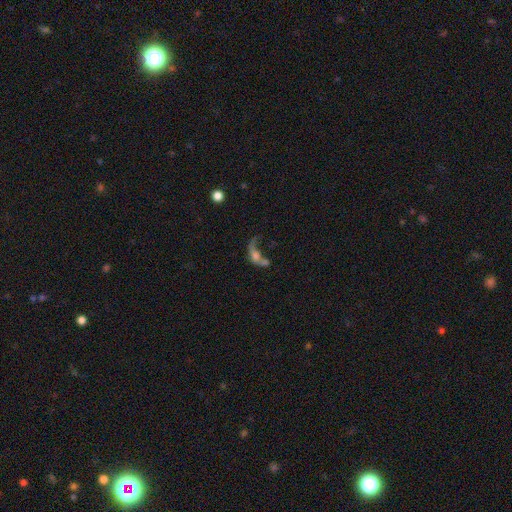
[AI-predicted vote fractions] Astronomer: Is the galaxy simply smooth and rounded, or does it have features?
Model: featured or disk — 49% (runner-up: smooth, 35%).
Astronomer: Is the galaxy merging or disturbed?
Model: major disturbance — 39% (runner-up: merger, 35%).